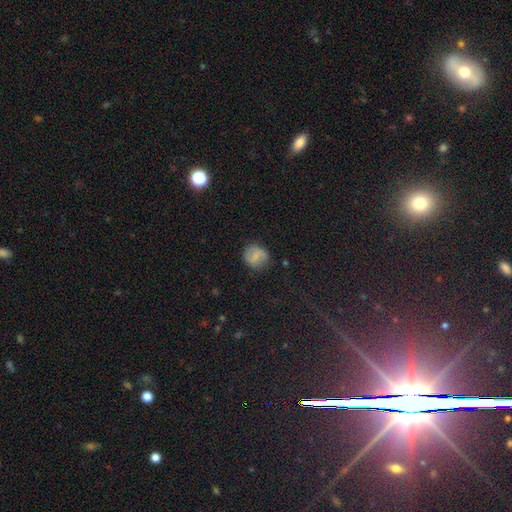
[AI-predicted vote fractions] Smooth or featured? Predicted: smooth (p=0.59). How rounded? Predicted: round (p=0.82). Merging? Predicted: none (p=0.80).